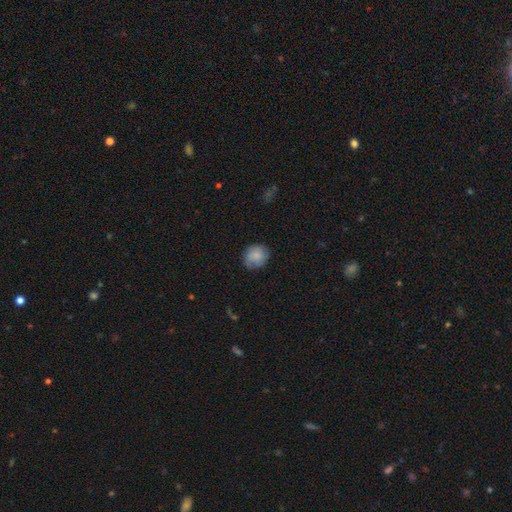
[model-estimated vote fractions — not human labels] Morphology: type=smooth (79%); roundness=round (79%); merging=none (75%).